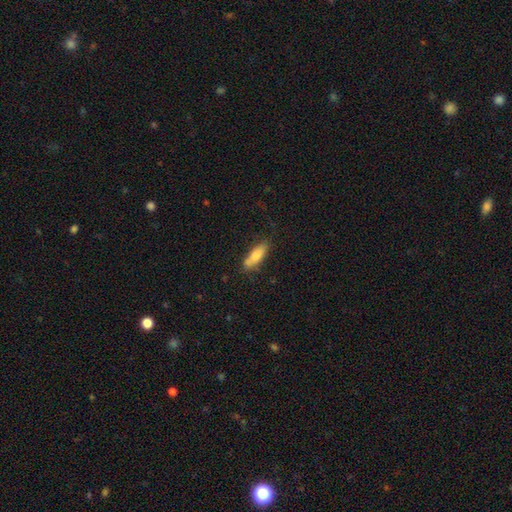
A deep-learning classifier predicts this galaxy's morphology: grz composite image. It shows a smooth galaxy with no disk features (80%) that is in between round and cigar-shaped (53%). Merging: none (69%).